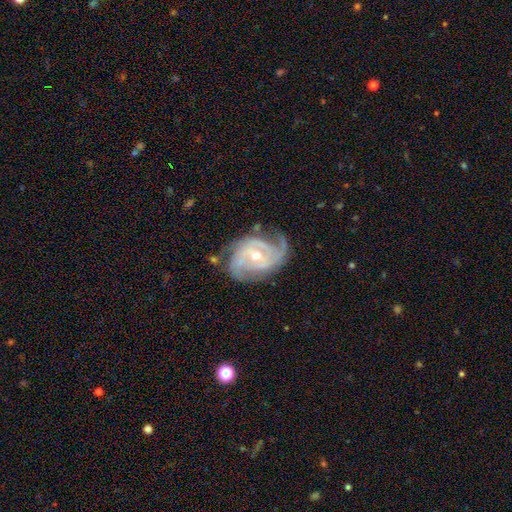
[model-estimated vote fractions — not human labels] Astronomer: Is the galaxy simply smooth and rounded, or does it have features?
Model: featured or disk — 89%.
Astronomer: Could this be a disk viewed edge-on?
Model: no — 97%.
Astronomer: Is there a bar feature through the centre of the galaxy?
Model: no — 47% (runner-up: weak, 40%).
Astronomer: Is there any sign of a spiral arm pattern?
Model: yes — 96%.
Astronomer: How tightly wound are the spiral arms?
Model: tight — 49% (runner-up: medium, 39%).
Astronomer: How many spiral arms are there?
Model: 2 — 37% (runner-up: 3, 25%).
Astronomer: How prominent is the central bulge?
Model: moderate — 55% (runner-up: small, 42%).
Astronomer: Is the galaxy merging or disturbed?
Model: none — 59%.